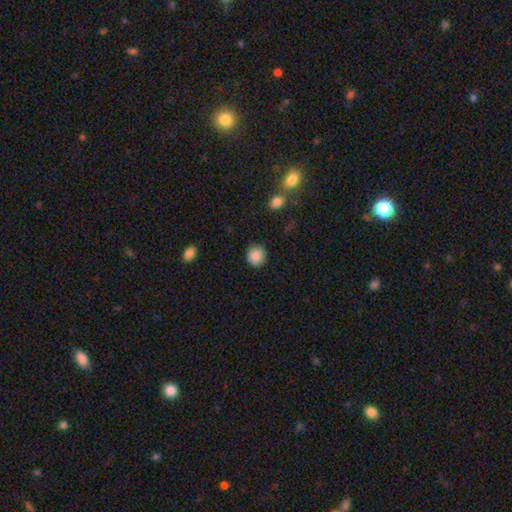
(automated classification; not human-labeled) Q: Smooth or featured?
A: smooth (88%); runner-up: star or artifact (8%)
Q: How rounded?
A: round (89%); runner-up: in between (10%)
Q: Merging?
A: none (88%); runner-up: minor disturbance (8%)